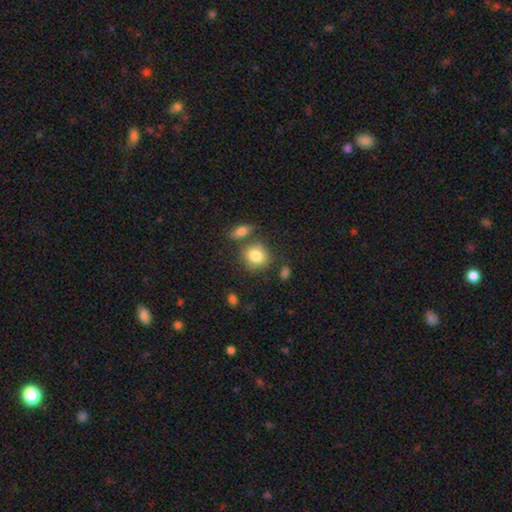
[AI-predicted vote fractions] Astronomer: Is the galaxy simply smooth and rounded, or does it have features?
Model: smooth — 81%.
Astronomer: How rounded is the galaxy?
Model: round — 75%.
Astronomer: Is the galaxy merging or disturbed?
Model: none — 66%.